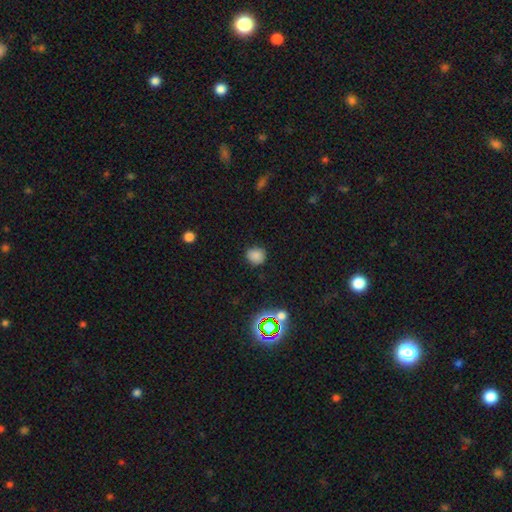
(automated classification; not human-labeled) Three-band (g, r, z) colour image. It shows a smooth galaxy with no disk features (81%) that is round (79%). Merging: none (84%).